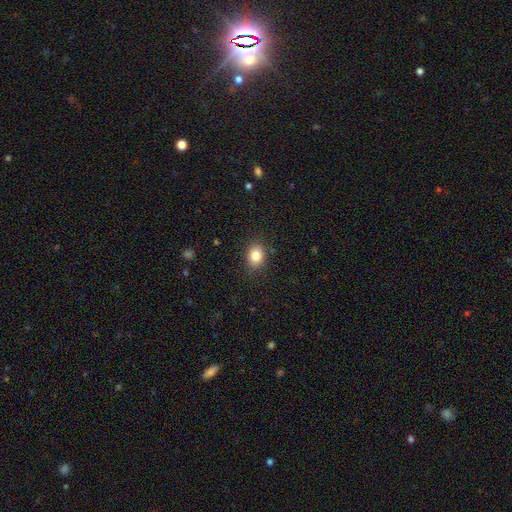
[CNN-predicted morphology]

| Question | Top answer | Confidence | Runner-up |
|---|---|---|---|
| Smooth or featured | smooth | 84% | star or artifact (10%) |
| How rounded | in between | 55% | round (44%) |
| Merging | none | 85% | minor disturbance (11%) |